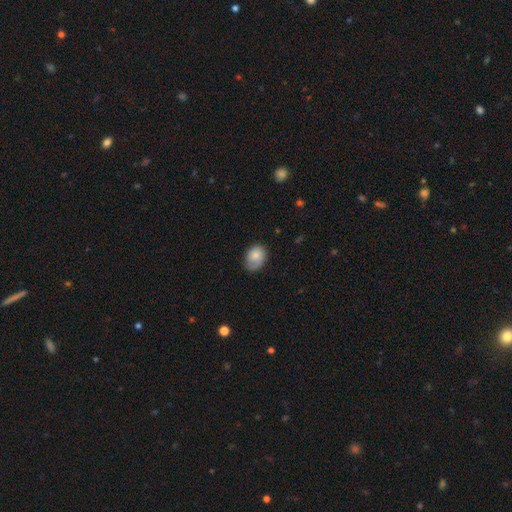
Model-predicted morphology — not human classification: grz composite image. It shows a smooth galaxy with no disk features (76%) that is in between round and cigar-shaped (69%). Merging: none (60%).